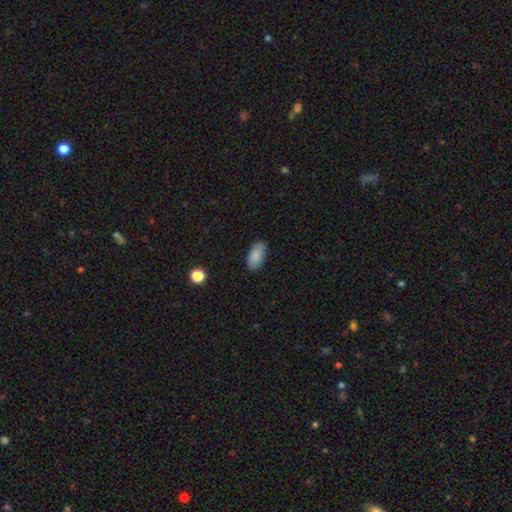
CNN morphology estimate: smooth 87%, star or artifact 7%, featured or disk 6%. Down the decision tree: how rounded — in between (92%); merging — none (84%).